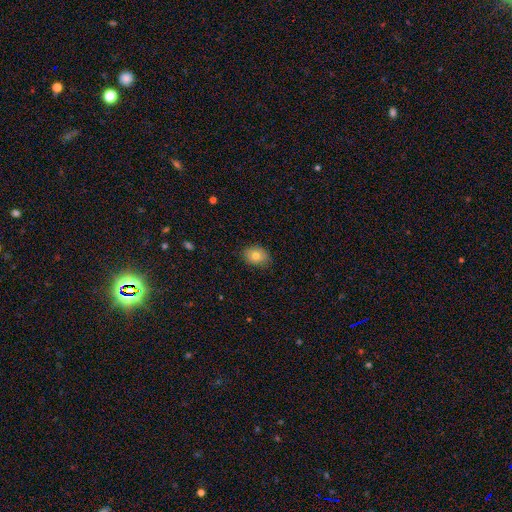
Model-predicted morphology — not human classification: Overall: smooth (78%). How rounded: in between (64%; round 35%). Merging: none (84%).